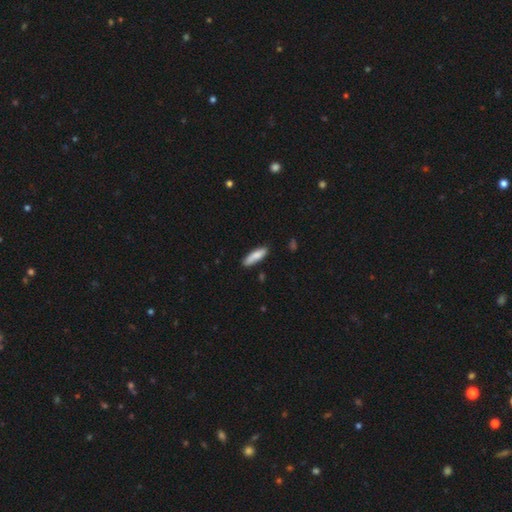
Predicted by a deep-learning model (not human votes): Overall: smooth (82%). How rounded: cigar-shaped (65%; in between 33%). Merging: none (82%).